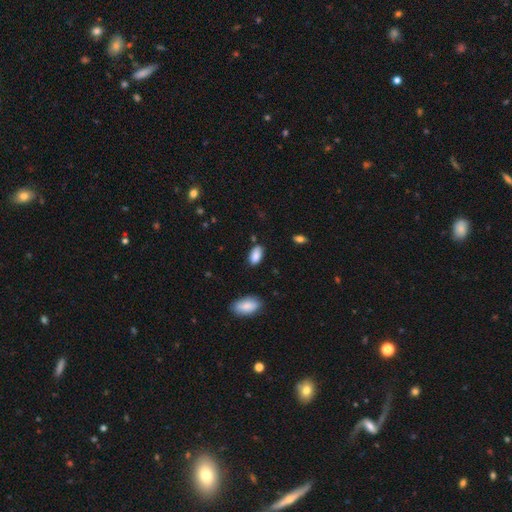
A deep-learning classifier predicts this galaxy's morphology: Q: Smooth or featured?
A: smooth (87%); runner-up: star or artifact (7%)
Q: How rounded?
A: in between (94%); runner-up: cigar-shaped (3%)
Q: Merging?
A: none (78%); runner-up: minor disturbance (16%)